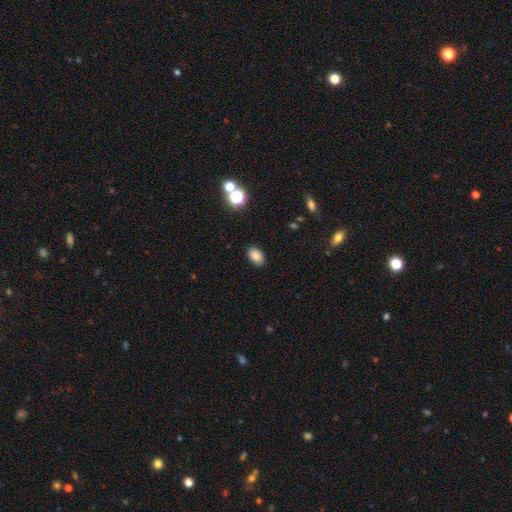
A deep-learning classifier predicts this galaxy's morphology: Smooth or featured: smooth — 85% (star or artifact — 11%)
How rounded: in between — 88% (round — 11%)
Merging: none — 88% (minor disturbance — 9%)